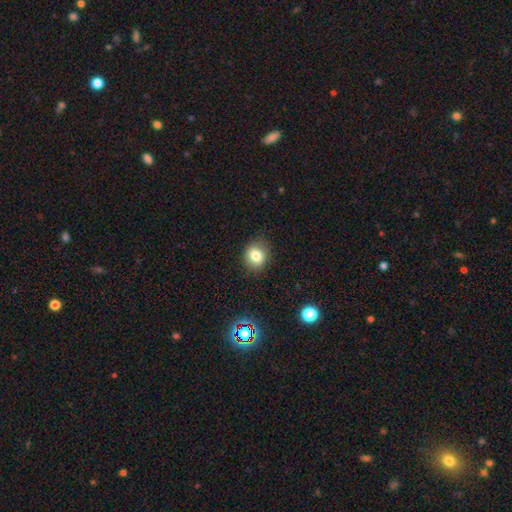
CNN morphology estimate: type=smooth (80%); roundness=round (65%); merging=none (84%).